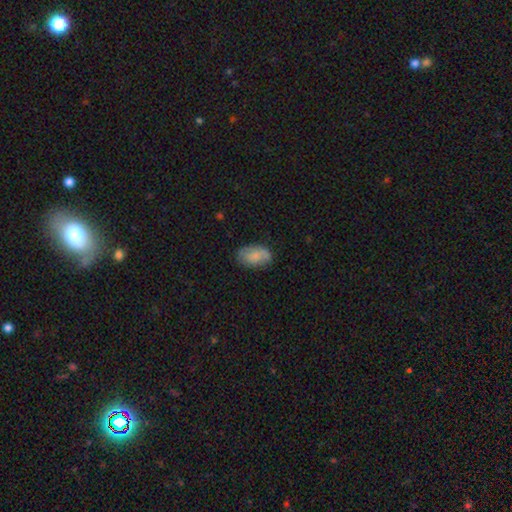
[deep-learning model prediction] smooth-or-featured: smooth: 74% | featured or disk: 19% | star or artifact: 7%
  how-rounded: in between: 92% | round: 6% | cigar-shaped: 2%
  merging: none: 73% | minor disturbance: 21% | major disturbance: 5% | merger: 2%